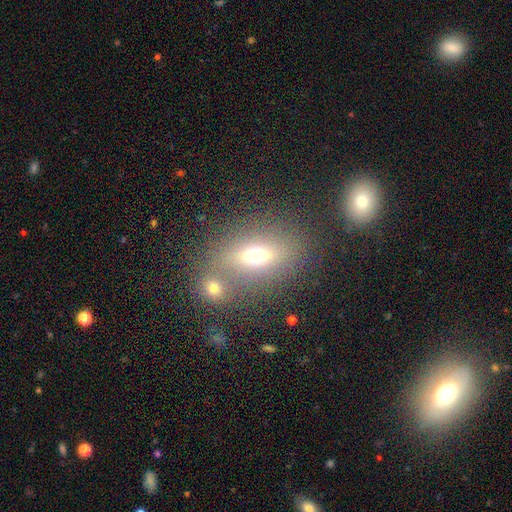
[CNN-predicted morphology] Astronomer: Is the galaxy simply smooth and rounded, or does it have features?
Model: smooth — 63%.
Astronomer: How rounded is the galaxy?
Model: in between — 73%.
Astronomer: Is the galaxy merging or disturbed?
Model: none — 54%.